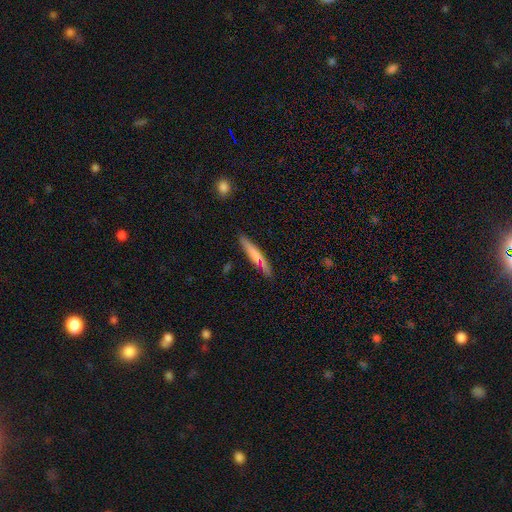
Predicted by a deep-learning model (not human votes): Smooth or featured?
  - smooth: 63% *
  - featured or disk: 31%
  - star or artifact: 6%
How rounded?
  - cigar-shaped: 92% *
  - in between: 6%
  - round: 2%
Merging?
  - none: 83% *
  - minor disturbance: 12%
  - merger: 3%
  - major disturbance: 2%